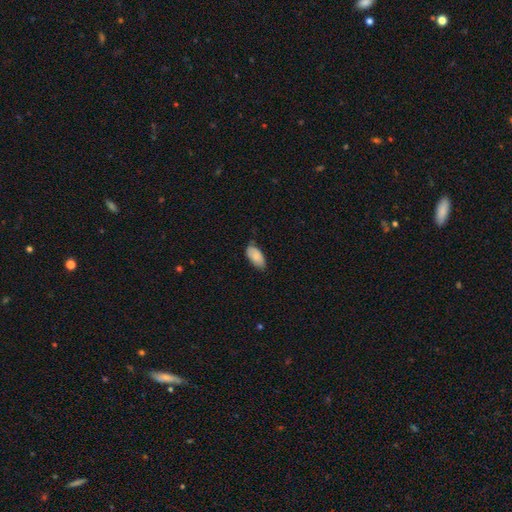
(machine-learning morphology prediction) Smooth or featured: smooth — 84% (featured or disk — 9%)
How rounded: in between — 93% (cigar-shaped — 5%)
Merging: none — 68% (minor disturbance — 27%)